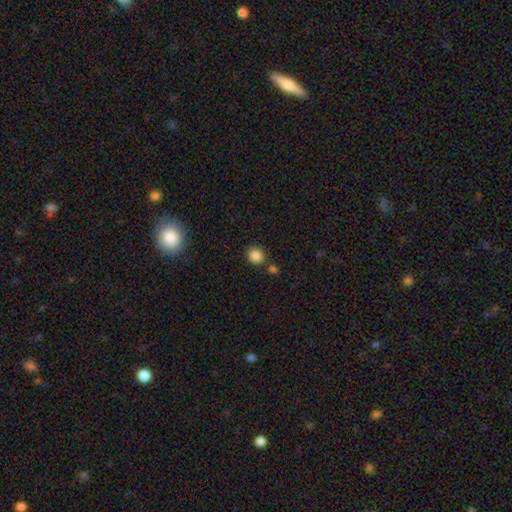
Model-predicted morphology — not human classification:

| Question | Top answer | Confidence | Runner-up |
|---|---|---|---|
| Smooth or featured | smooth | 85% | star or artifact (11%) |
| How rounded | round | 77% | in between (22%) |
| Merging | none | 78% | minor disturbance (10%) |